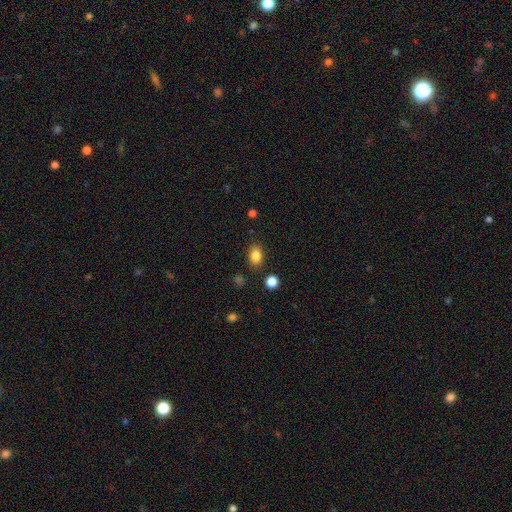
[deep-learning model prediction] Smooth or featured? smooth (84%)
How rounded? in between (74%)
Merging? none (83%)